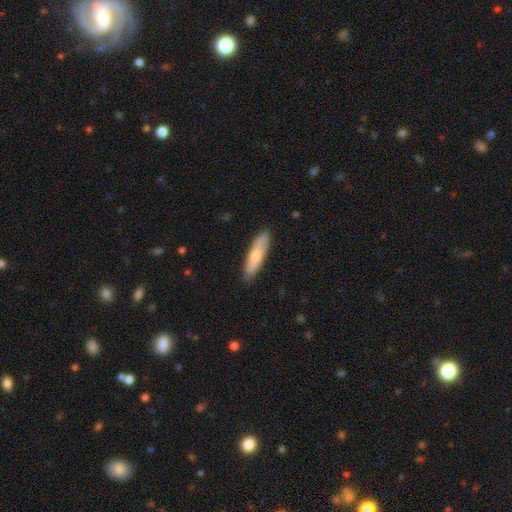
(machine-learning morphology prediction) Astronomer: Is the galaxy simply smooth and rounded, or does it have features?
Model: smooth — 71%.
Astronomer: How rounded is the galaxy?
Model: cigar-shaped — 71%.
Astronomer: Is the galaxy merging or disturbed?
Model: none — 86%.